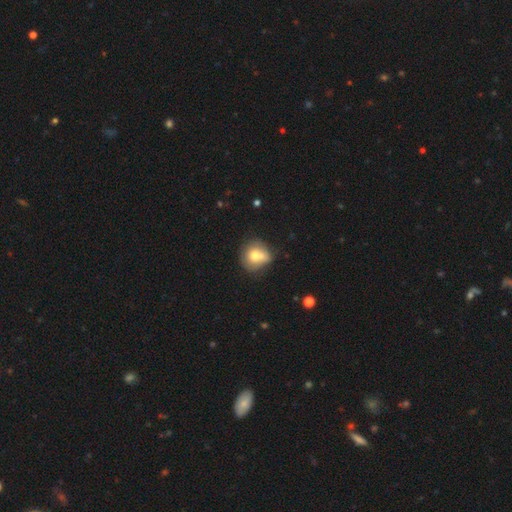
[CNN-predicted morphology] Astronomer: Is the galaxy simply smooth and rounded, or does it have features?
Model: smooth — 68%.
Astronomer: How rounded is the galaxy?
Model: round — 81%.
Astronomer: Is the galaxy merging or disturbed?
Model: none — 44% (runner-up: merger, 31%).